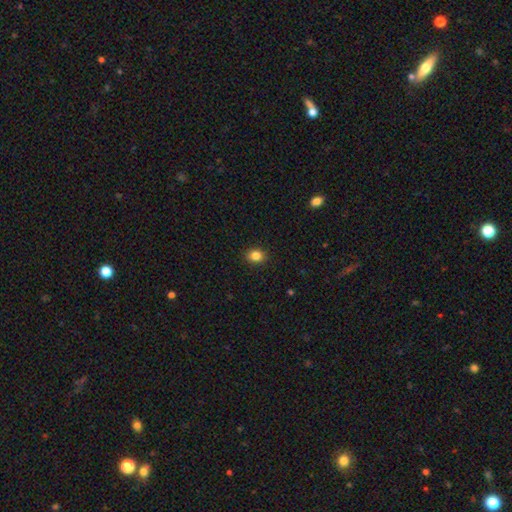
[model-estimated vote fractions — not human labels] Morphology: type=smooth (85%); roundness=round (52%); merging=none (90%).